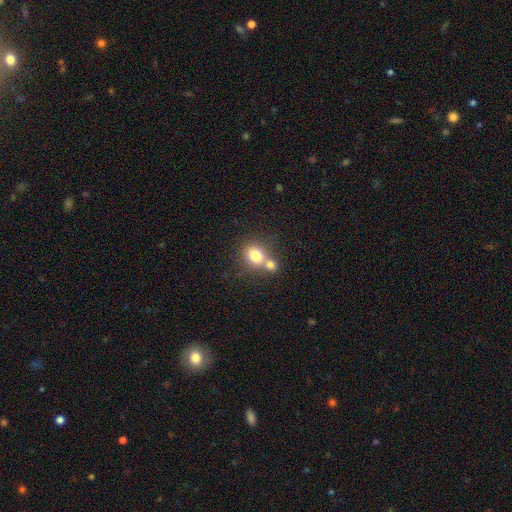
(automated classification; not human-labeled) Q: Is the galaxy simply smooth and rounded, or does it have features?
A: smooth — 77%.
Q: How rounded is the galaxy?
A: round — 65%.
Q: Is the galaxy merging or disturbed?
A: merger — 49%.